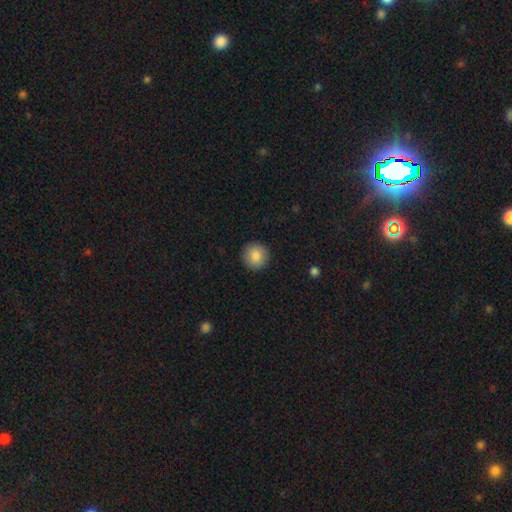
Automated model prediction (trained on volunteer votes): smooth 87%, star or artifact 8%, featured or disk 5%. Down the decision tree: how rounded — round (94%); merging — none (92%).